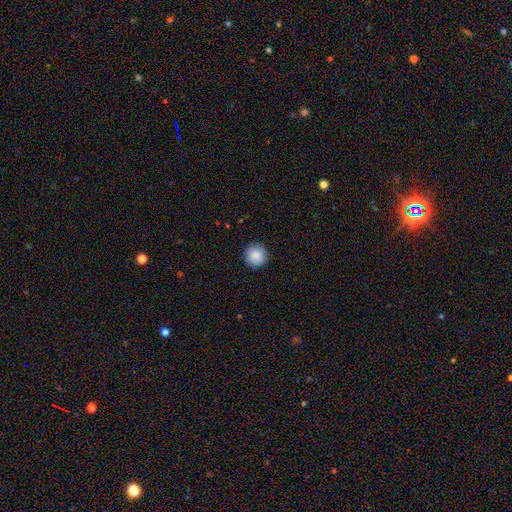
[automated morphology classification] smooth 88%, star or artifact 8%, featured or disk 4%. Down the decision tree: how rounded — round (95%); merging — none (90%).